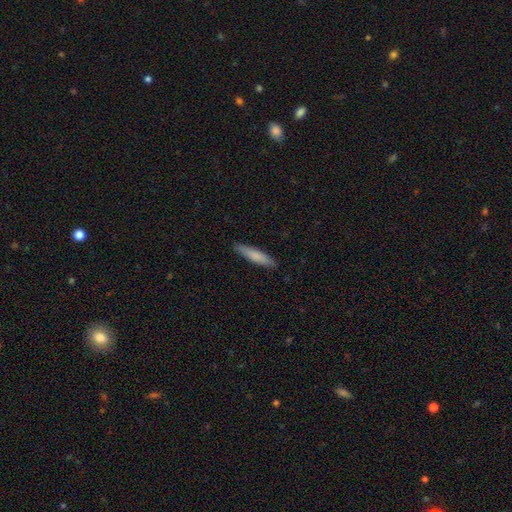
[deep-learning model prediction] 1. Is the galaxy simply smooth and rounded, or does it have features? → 79% smooth, 15% featured or disk, 5% star or artifact.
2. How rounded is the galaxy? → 84% cigar-shaped, 15% in between, 1% round.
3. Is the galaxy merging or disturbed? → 89% none, 9% minor disturbance, 2% major disturbance, 1% merger.